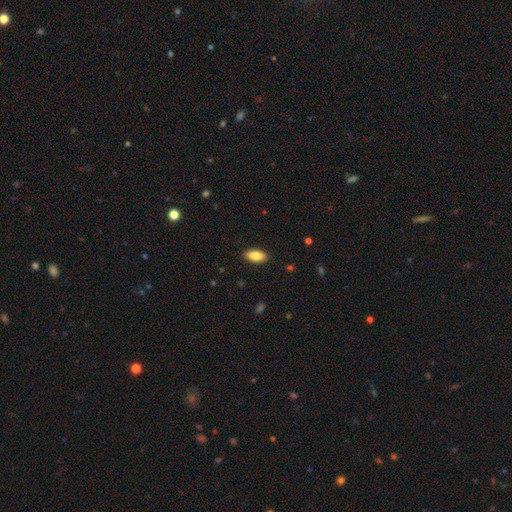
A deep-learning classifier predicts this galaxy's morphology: Smooth or featured? Predicted: smooth (p=0.85). How rounded? Predicted: in between (p=0.86). Merging? Predicted: none (p=0.89).